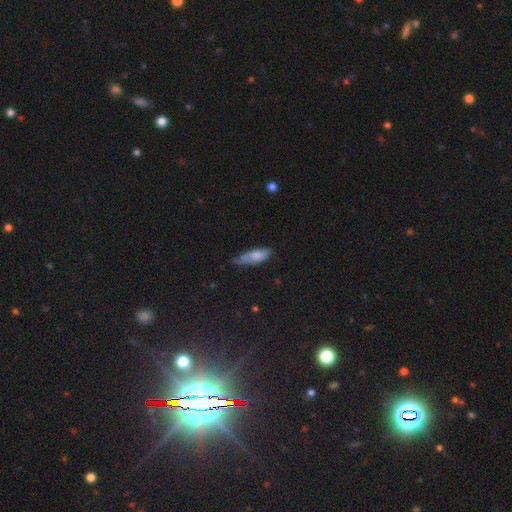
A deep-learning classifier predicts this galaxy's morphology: This appears to be a smooth galaxy with no disk features (74%) that is in between round and cigar-shaped (52%). Merging: none (48%).